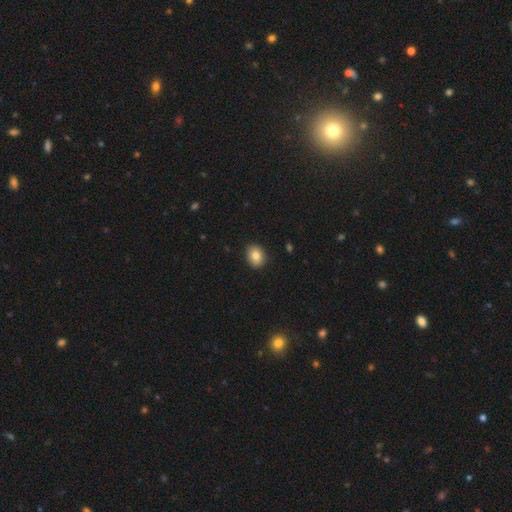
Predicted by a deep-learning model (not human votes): smooth 82%, star or artifact 9%, featured or disk 9%. Down the decision tree: how rounded — round (55%); merging — none (89%).